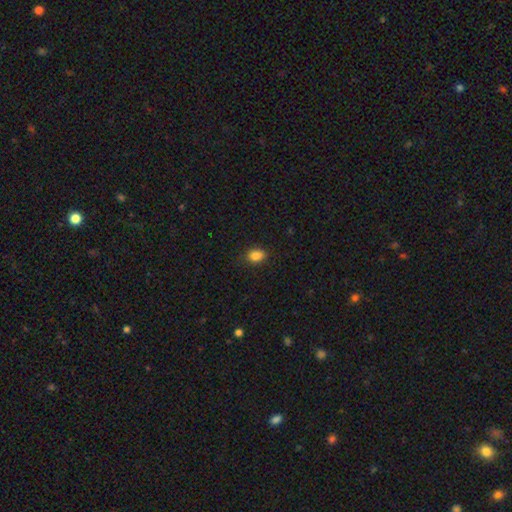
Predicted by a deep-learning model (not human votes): This is clearly a smooth galaxy (85%). How rounded: likely in between (72%). Merging: clearly none (84%).